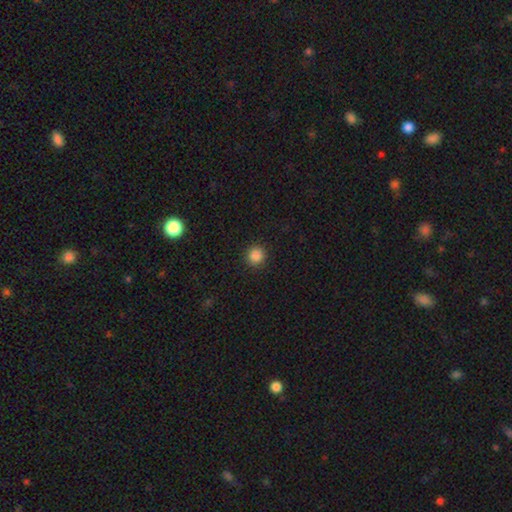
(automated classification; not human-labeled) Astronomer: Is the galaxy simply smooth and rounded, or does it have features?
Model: smooth — 85%.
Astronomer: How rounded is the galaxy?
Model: round — 93%.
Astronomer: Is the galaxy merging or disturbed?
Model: none — 92%.